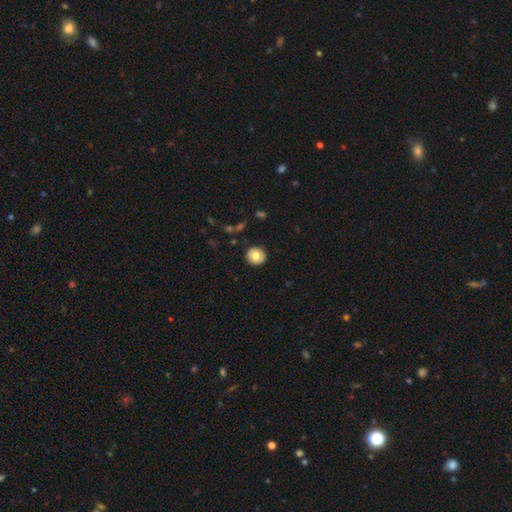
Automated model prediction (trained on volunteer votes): Smooth or featured?
  - smooth: 75% *
  - featured or disk: 17%
  - star or artifact: 8%
How rounded?
  - round: 91% *
  - in between: 8%
  - cigar-shaped: 1%
Merging?
  - none: 90% *
  - minor disturbance: 7%
  - major disturbance: 2%
  - merger: 1%